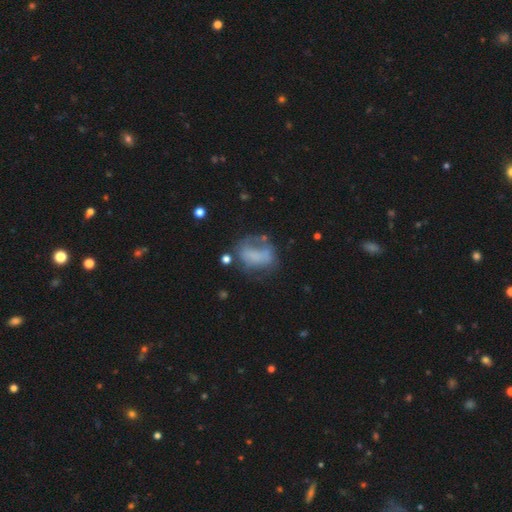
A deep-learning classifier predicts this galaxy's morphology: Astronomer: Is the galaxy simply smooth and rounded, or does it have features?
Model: smooth — 51% (runner-up: featured or disk, 36%).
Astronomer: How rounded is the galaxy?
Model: in between — 71%.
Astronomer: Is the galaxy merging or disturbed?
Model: none — 35% (runner-up: major disturbance, 31%).